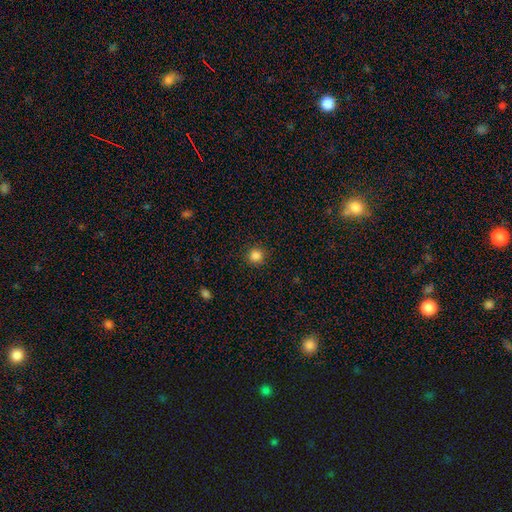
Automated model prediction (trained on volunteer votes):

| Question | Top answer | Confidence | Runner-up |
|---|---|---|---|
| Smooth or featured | smooth | 85% | star or artifact (12%) |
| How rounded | round | 94% | in between (6%) |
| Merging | none | 91% | minor disturbance (6%) |